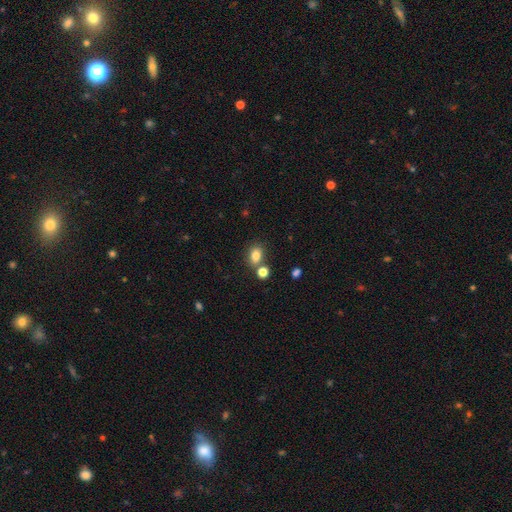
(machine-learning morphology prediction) A smooth galaxy with no disk features (82%) that is in between round and cigar-shaped (67%). Merging: none (66%).